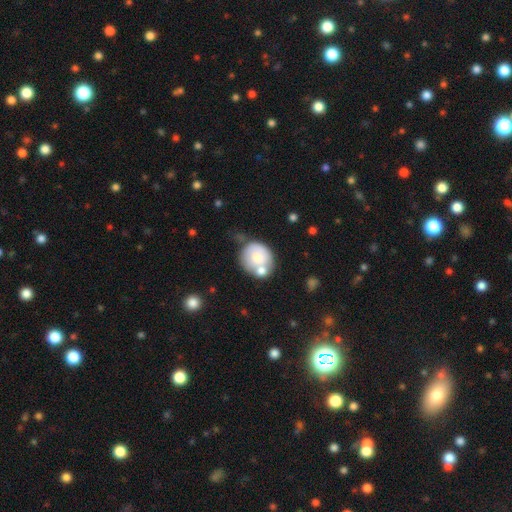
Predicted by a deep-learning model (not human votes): Smooth or featured? Predicted: smooth (p=0.65). How rounded? Predicted: round (p=0.74). Merging? Predicted: none (p=0.40).